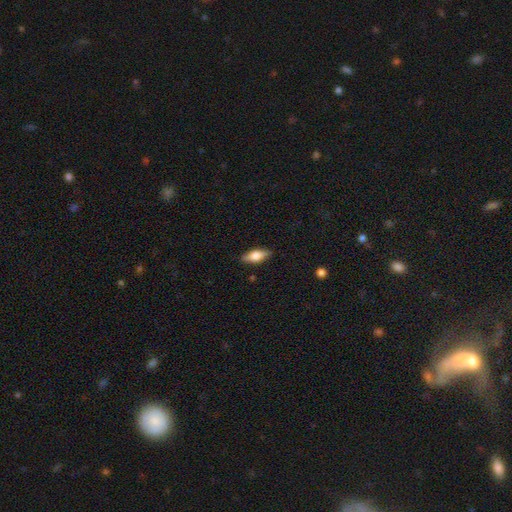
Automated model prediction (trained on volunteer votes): Morphology: type=smooth (64%); roundness=in between (72%); merging=none (87%).